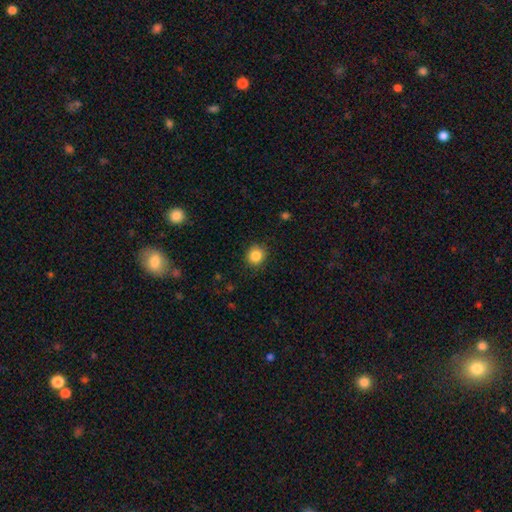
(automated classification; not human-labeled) Smooth or featured? Predicted: smooth (p=0.85). How rounded? Predicted: round (p=0.85). Merging? Predicted: none (p=0.88).